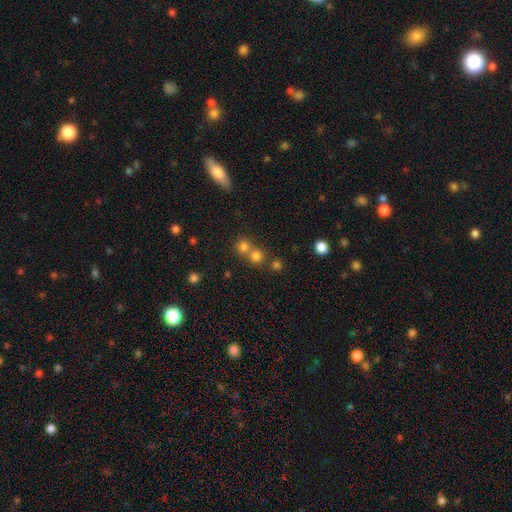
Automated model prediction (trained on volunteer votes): smooth 75%, star or artifact 18%, featured or disk 8%. Down the decision tree: how rounded — round (91%); merging — none (54%).